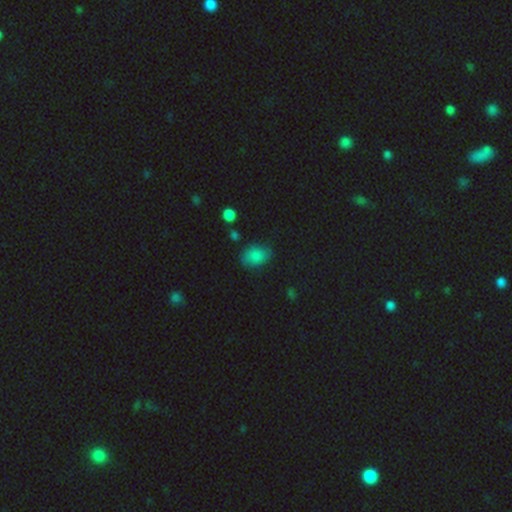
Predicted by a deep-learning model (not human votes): Smooth or featured?
  - smooth: 82% *
  - star or artifact: 12%
  - featured or disk: 7%
How rounded?
  - in between: 76% *
  - round: 22%
  - cigar-shaped: 1%
Merging?
  - none: 72% *
  - minor disturbance: 19%
  - major disturbance: 5%
  - merger: 3%